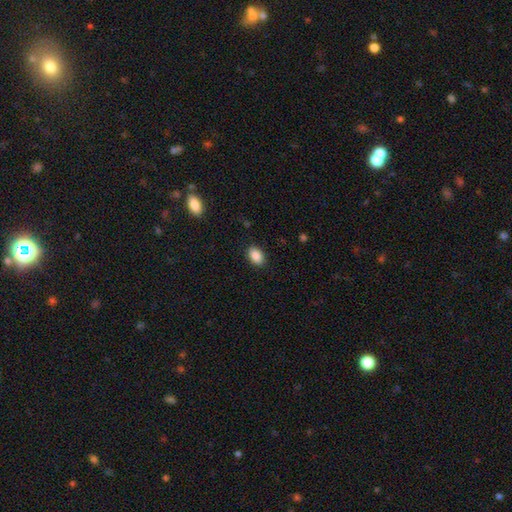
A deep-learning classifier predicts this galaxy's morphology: This appears to be a smooth galaxy with no disk features (89%) that is in between round and cigar-shaped (88%). Merging: none (88%).